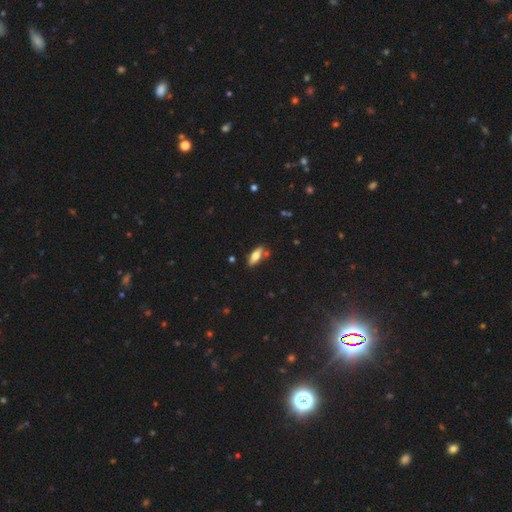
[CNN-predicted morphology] Smooth or featured?
  - smooth: 64% *
  - featured or disk: 29%
  - star or artifact: 7%
How rounded?
  - in between: 63% *
  - cigar-shaped: 35%
  - round: 3%
Merging?
  - none: 77% *
  - minor disturbance: 14%
  - merger: 6%
  - major disturbance: 3%